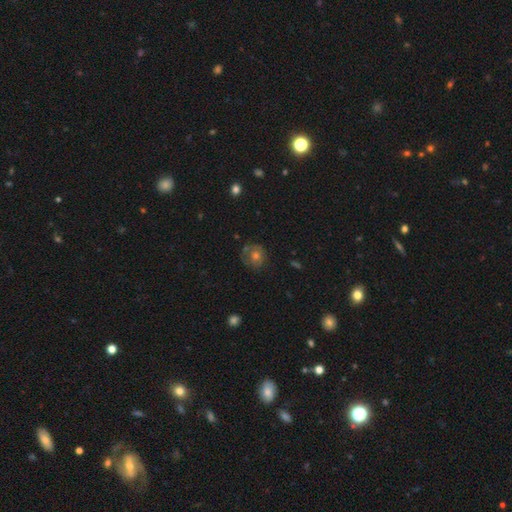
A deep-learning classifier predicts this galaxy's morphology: This is possibly a smooth galaxy (47%). Merging: likely none (72%).